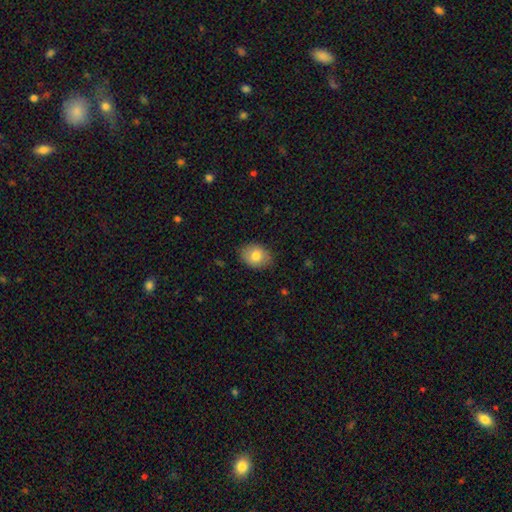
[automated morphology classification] Smooth or featured? smooth (81%)
How rounded? in between (68%)
Merging? none (85%)